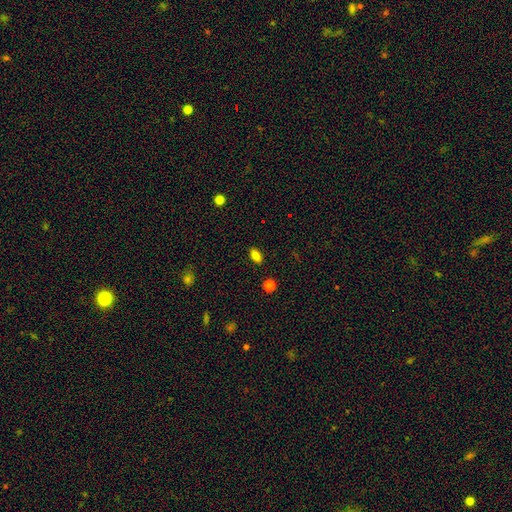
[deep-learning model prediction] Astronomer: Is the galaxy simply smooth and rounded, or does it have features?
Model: smooth — 83%.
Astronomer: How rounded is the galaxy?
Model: in between — 88%.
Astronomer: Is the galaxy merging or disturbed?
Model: none — 89%.